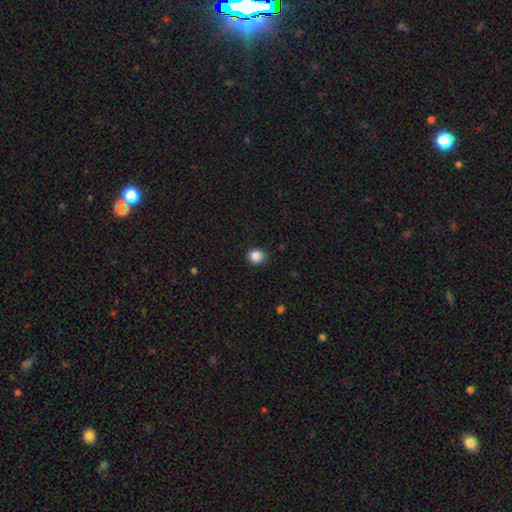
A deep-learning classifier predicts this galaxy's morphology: The model was most divided on "how rounded": round: 86%, in between: 13%, cigar-shaped: 1%. More confident: smooth or featured — smooth (86%); merging — none (85%).